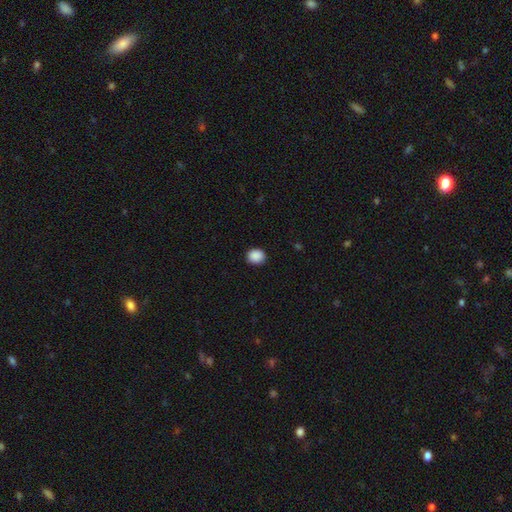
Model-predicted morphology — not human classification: A smooth galaxy with no disk features (90%) that is round (69%).

Vote fractions:
- Smooth or featured? smooth: 90% / star or artifact: 8% / featured or disk: 2%
- How rounded? round: 69% / in between: 30% / cigar-shaped: 1%
- Merging? none: 89% / minor disturbance: 8% / major disturbance: 2% / merger: 1%